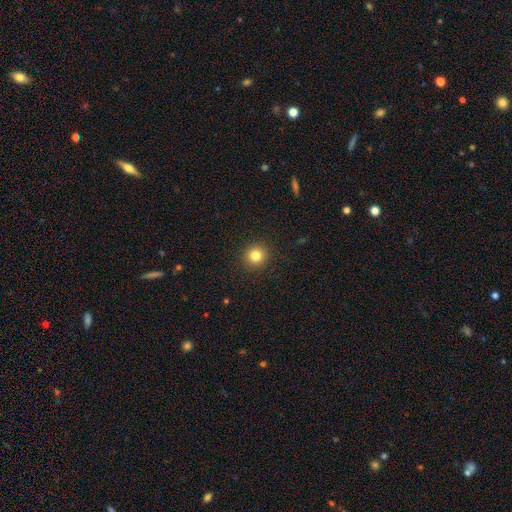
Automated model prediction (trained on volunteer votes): Q: Smooth or featured?
A: smooth (83%); runner-up: star or artifact (12%)
Q: How rounded?
A: round (92%); runner-up: in between (7%)
Q: Merging?
A: none (92%); runner-up: minor disturbance (5%)